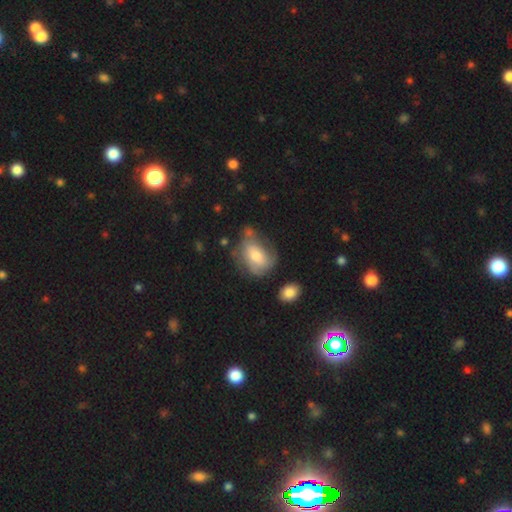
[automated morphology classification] smooth_or_featured: featured or disk (p=0.49) [alt: smooth p=0.43]
merging: none (p=0.46) [alt: minor disturbance p=0.29]